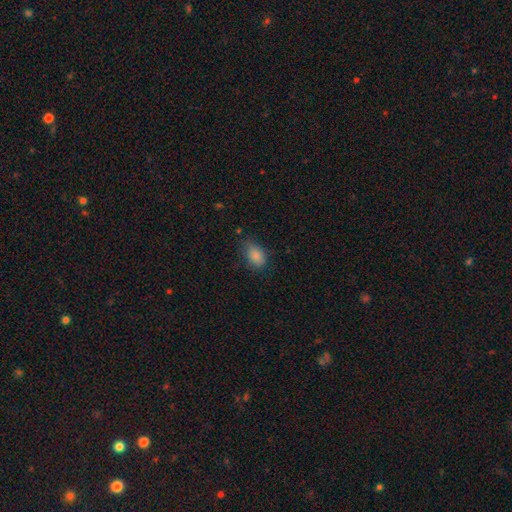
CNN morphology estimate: smooth 85%, star or artifact 9%, featured or disk 6%. Down the decision tree: how rounded — in between (83%); merging — none (65%).